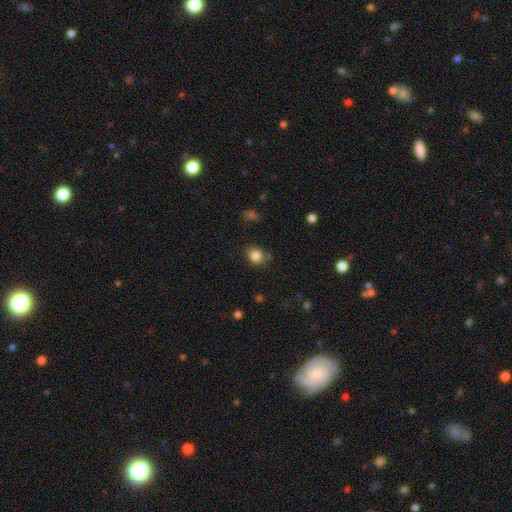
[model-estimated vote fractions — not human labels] This is clearly a smooth galaxy (84%). How rounded: likely round (66%). Merging: likely none (73%).